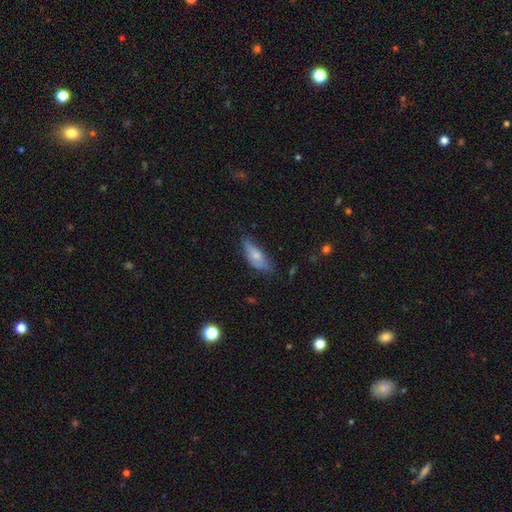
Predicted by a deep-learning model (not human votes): smooth 61%, featured or disk 32%, star or artifact 7%. Down the decision tree: how rounded — in between (74%); merging — none (50%).